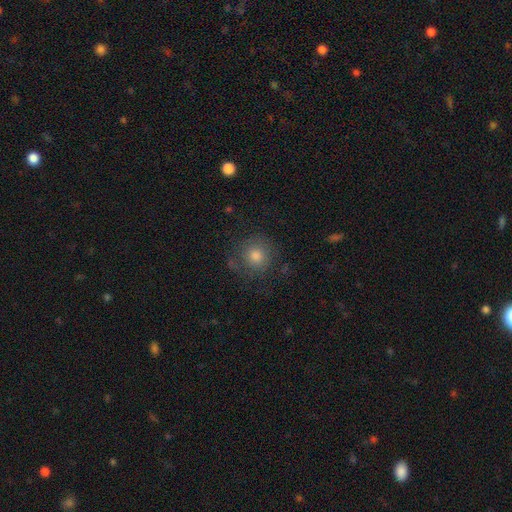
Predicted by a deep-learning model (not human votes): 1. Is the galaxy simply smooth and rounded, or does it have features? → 69% smooth, 17% featured or disk, 14% star or artifact.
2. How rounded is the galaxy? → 92% round, 7% in between, 1% cigar-shaped.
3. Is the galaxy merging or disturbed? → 76% none, 14% minor disturbance, 8% major disturbance, 2% merger.